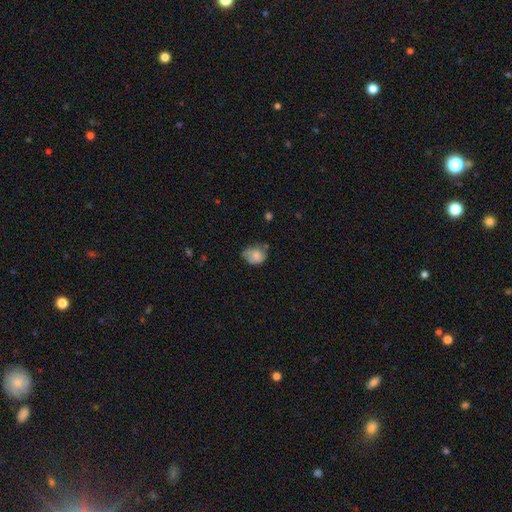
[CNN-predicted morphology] A smooth galaxy with no disk features (70%) that is in between round and cigar-shaped (56%). Merging: none (40%).